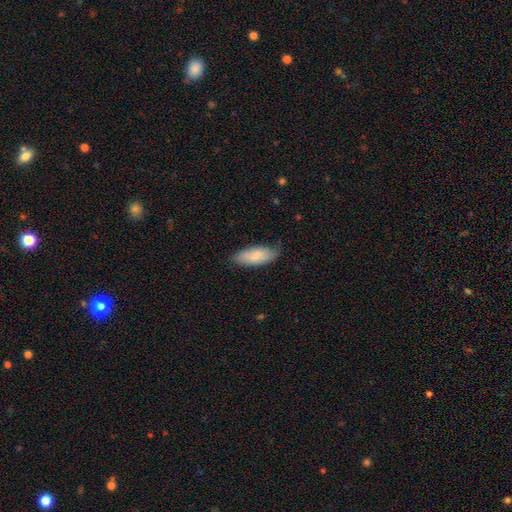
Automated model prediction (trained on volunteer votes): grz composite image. It shows a smooth galaxy with no disk features (80%) that is in between round and cigar-shaped (77%). Merging: none (71%).